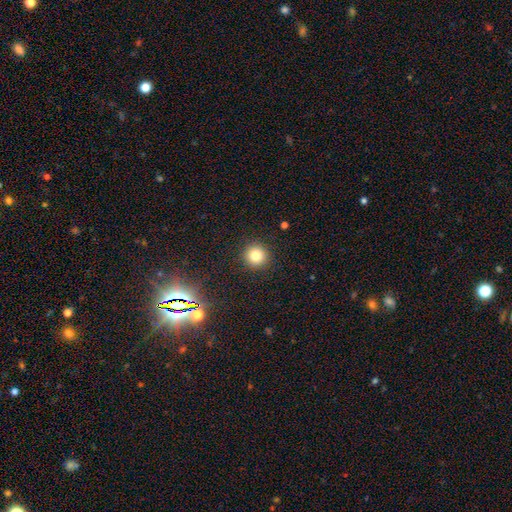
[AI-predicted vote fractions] smooth_or_featured: smooth (p=0.80) [alt: star or artifact p=0.13]
how_rounded: round (p=0.94) [alt: in between p=0.05]
merging: none (p=0.91) [alt: minor disturbance p=0.05]